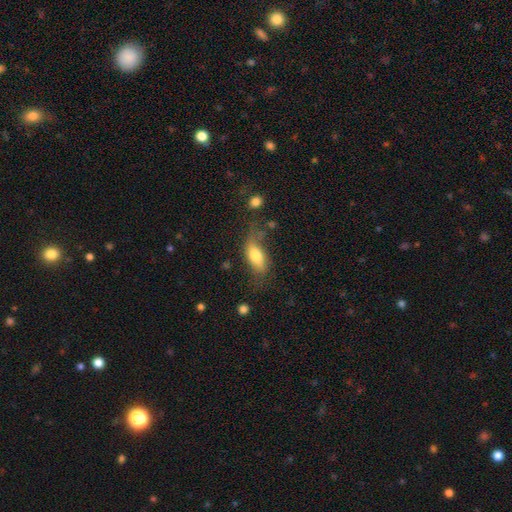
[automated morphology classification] Smooth or featured? Predicted: smooth (p=0.70). How rounded? Predicted: in between (p=0.82). Merging? Predicted: none (p=0.50).